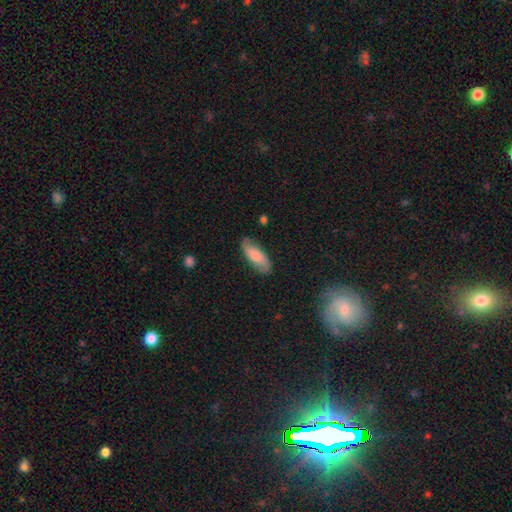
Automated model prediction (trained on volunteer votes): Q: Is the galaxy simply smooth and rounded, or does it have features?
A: smooth — 62%.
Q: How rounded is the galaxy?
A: in between — 76%.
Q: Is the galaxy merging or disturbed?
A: none — 79%.